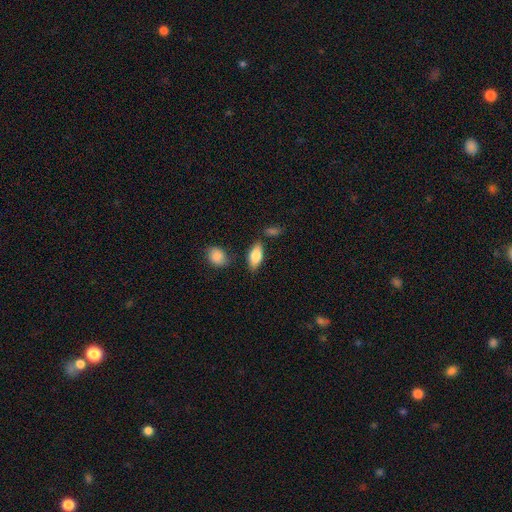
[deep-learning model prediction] Smooth or featured?
  - smooth: 81% *
  - featured or disk: 12%
  - star or artifact: 6%
How rounded?
  - in between: 88% *
  - cigar-shaped: 9%
  - round: 3%
Merging?
  - none: 76% *
  - minor disturbance: 15%
  - merger: 5%
  - major disturbance: 4%